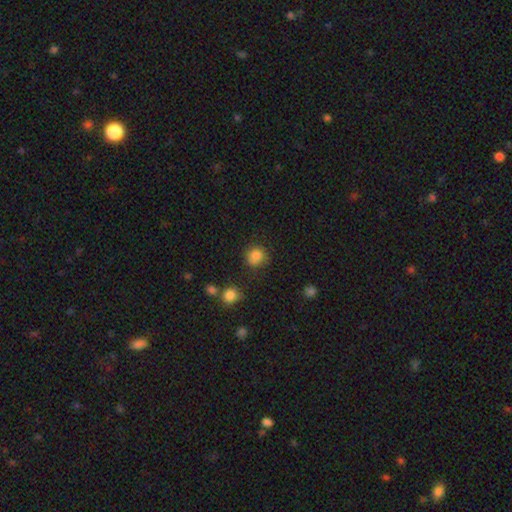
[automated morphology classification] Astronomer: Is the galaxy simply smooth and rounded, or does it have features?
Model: smooth — 84%.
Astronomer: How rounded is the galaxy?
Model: round — 83%.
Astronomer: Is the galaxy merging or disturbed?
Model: none — 74%.